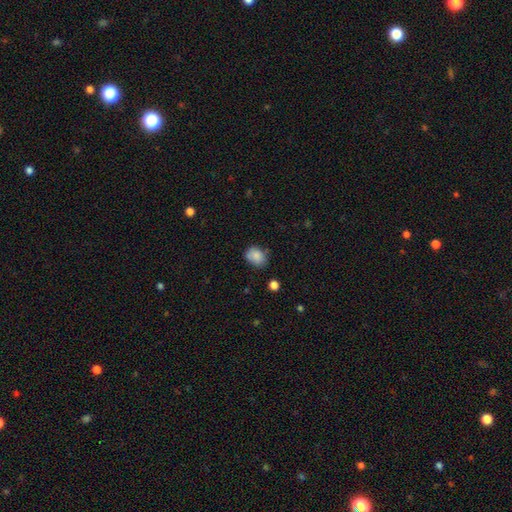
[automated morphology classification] Smooth or featured? Predicted: smooth (p=0.84). How rounded? Predicted: in between (p=0.62). Merging? Predicted: none (p=0.64).